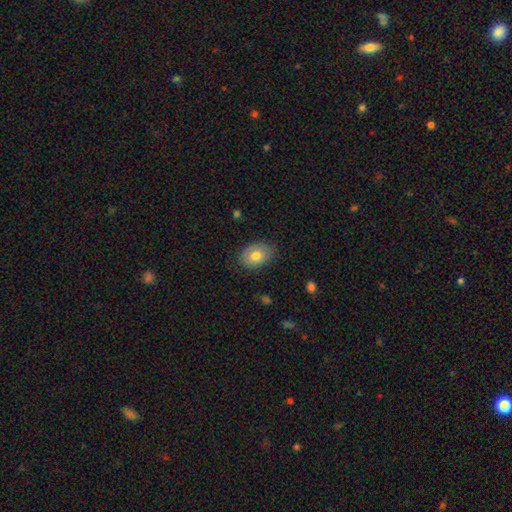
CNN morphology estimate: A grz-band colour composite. It shows a smooth galaxy with no disk features (77%) that is in between round and cigar-shaped (78%). Merging: none (79%).